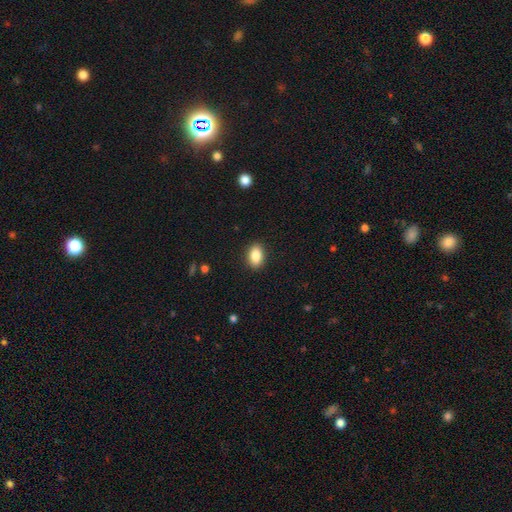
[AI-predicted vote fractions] smooth 88%, star or artifact 8%, featured or disk 5%. Down the decision tree: how rounded — in between (87%); merging — none (90%).